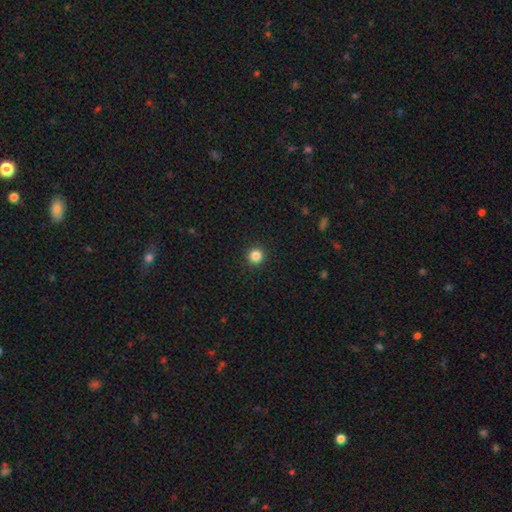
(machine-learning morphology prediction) Q: Smooth or featured?
A: smooth (85%); runner-up: star or artifact (12%)
Q: How rounded?
A: round (95%); runner-up: in between (4%)
Q: Merging?
A: none (93%); runner-up: minor disturbance (4%)